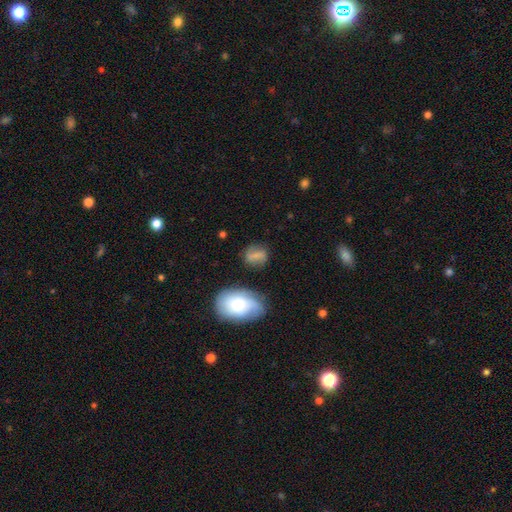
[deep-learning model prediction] smooth-or-featured: smooth: 67% | featured or disk: 23% | star or artifact: 10%
  how-rounded: in between: 61% | round: 34% | cigar-shaped: 5%
  merging: none: 67% | minor disturbance: 20% | major disturbance: 7% | merger: 6%